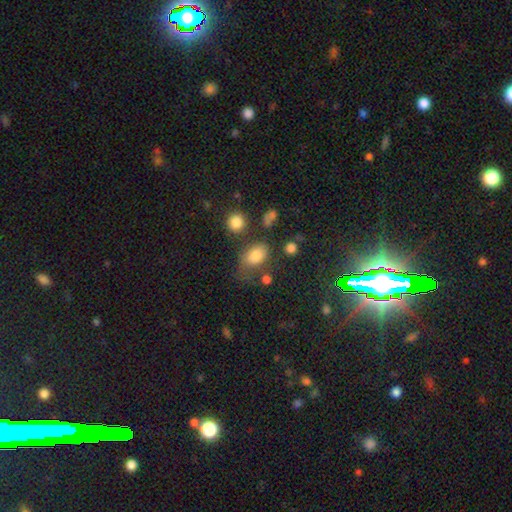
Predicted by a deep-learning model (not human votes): This appears to be a smooth galaxy with no disk features (80%) that is in between round and cigar-shaped (80%). Merging: none (51%).